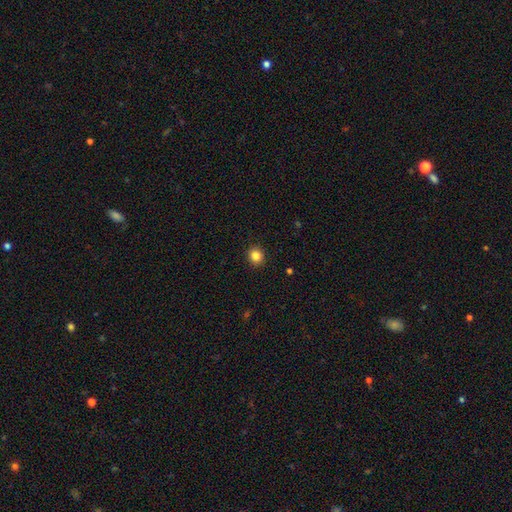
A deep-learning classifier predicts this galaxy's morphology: Q: Smooth or featured?
A: smooth (84%); runner-up: star or artifact (11%)
Q: How rounded?
A: round (86%); runner-up: in between (13%)
Q: Merging?
A: none (92%); runner-up: minor disturbance (5%)